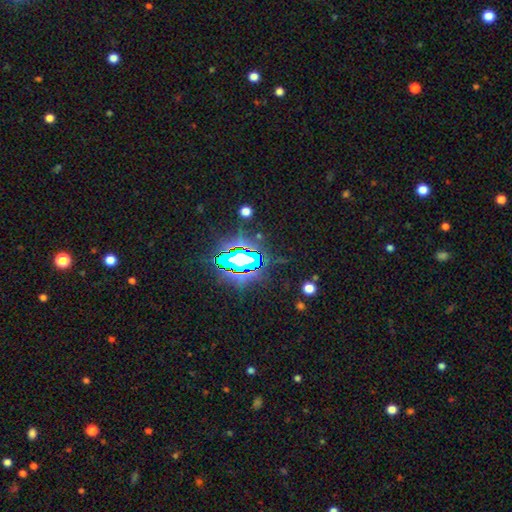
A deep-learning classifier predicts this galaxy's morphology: smooth_or_featured: star or artifact (p=0.80) [alt: smooth p=0.11]